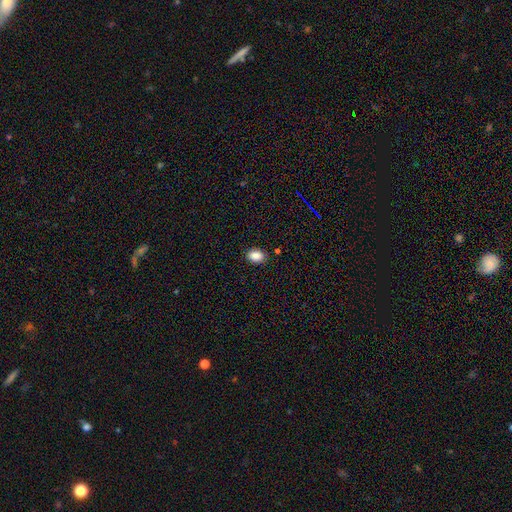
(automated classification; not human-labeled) smooth_or_featured: smooth (p=0.87) [alt: star or artifact p=0.09]
how_rounded: in between (p=0.82) [alt: round p=0.17]
merging: none (p=0.88) [alt: minor disturbance p=0.09]